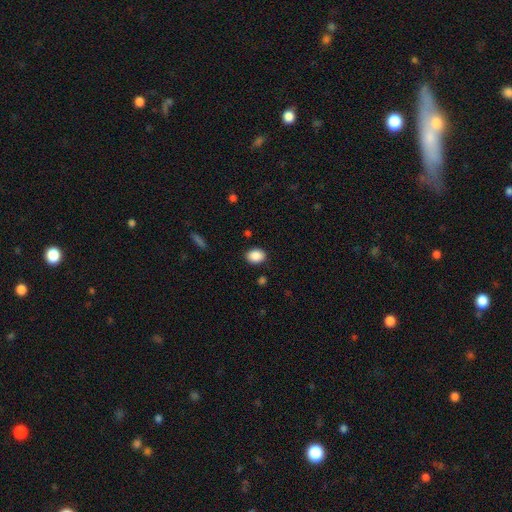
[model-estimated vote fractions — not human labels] The model was most divided on "how rounded": in between: 62%, round: 37%, cigar-shaped: 1%. More confident: smooth or featured — smooth (89%); merging — none (88%).